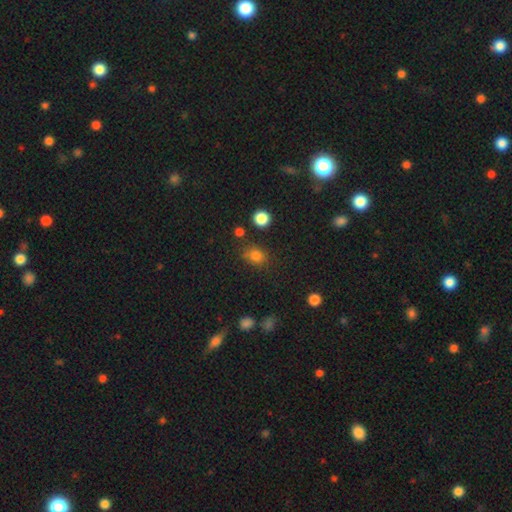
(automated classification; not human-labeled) smooth_or_featured: smooth (p=0.80) [alt: star or artifact p=0.15]
how_rounded: round (p=0.64) [alt: in between p=0.35]
merging: none (p=0.75) [alt: minor disturbance p=0.15]